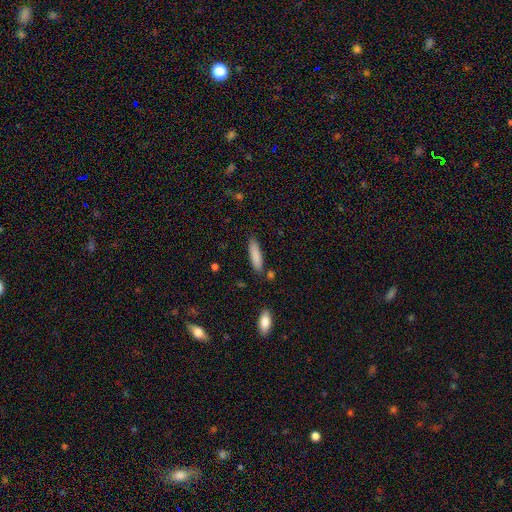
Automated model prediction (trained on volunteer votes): Smooth or featured: smooth — 85% (featured or disk — 8%)
How rounded: cigar-shaped — 69% (in between — 30%)
Merging: none — 83% (minor disturbance — 11%)